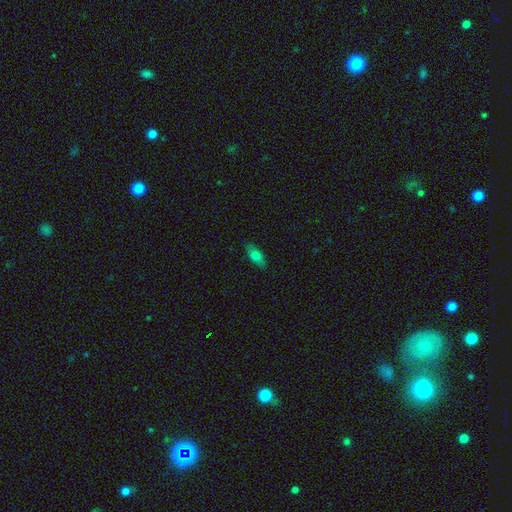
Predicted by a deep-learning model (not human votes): Smooth or featured: smooth — 70% (featured or disk — 22%)
How rounded: in between — 79% (cigar-shaped — 17%)
Merging: none — 85% (minor disturbance — 12%)